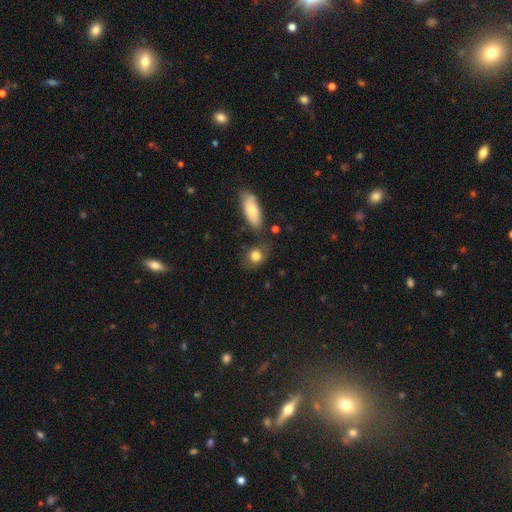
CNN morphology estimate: A smooth galaxy with no disk features (82%) that is round (52%).

Vote fractions:
- Smooth or featured? smooth: 82% / featured or disk: 10% / star or artifact: 8%
- How rounded? round: 52% / in between: 45% / cigar-shaped: 3%
- Merging? none: 68% / minor disturbance: 16% / merger: 10% / major disturbance: 5%